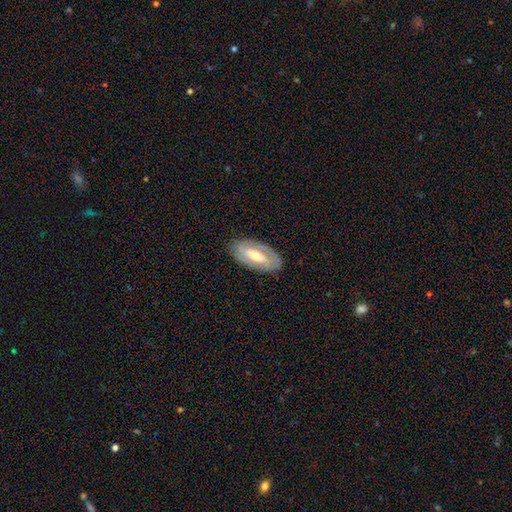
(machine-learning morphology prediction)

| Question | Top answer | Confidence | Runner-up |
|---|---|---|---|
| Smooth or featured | featured or disk | 70% | smooth (25%) |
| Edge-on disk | no | 90% | yes (10%) |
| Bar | strong | 41% | weak (36%) |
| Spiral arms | yes | 66% | no (34%) |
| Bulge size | moderate | 63% | small (30%) |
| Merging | none | 85% | minor disturbance (10%) |